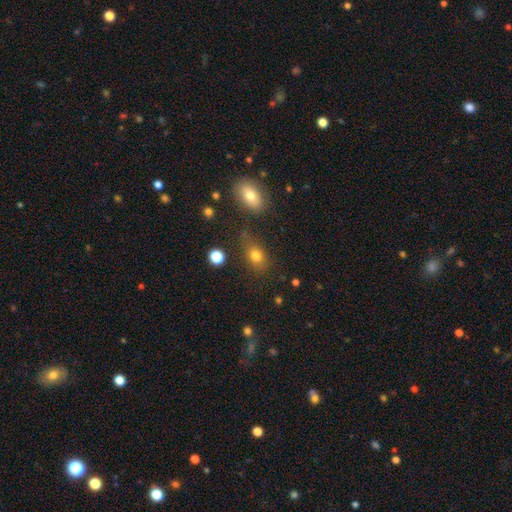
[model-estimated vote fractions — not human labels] smooth 76%, star or artifact 15%, featured or disk 9%. Down the decision tree: how rounded — in between (63%); merging — none (64%).